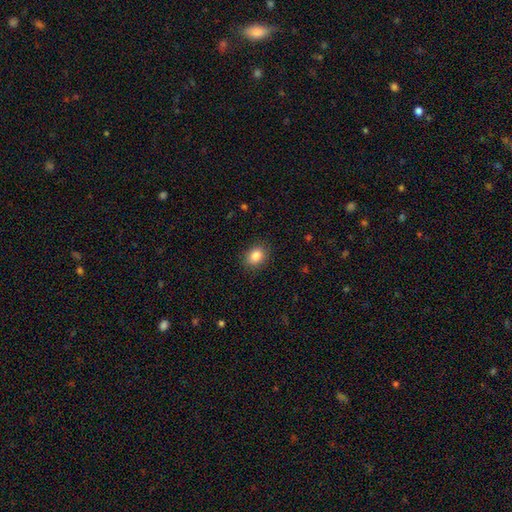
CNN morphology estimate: Smooth or featured? smooth (85%)
How rounded? in between (58%)
Merging? none (88%)